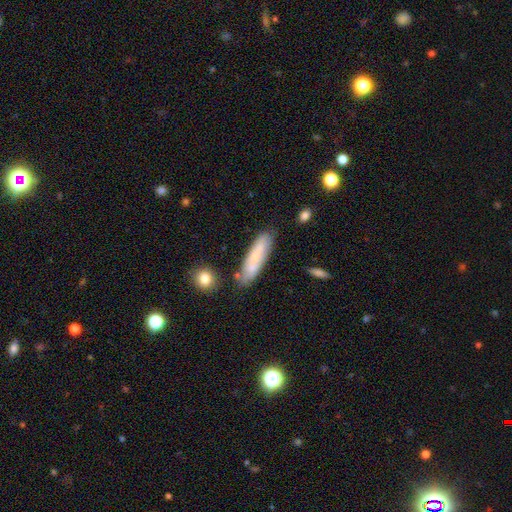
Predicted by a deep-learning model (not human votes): smooth-or-featured: smooth: 61% | featured or disk: 31% | star or artifact: 8%
  how-rounded: cigar-shaped: 70% | in between: 28% | round: 2%
  merging: none: 74% | minor disturbance: 16% | merger: 7% | major disturbance: 4%